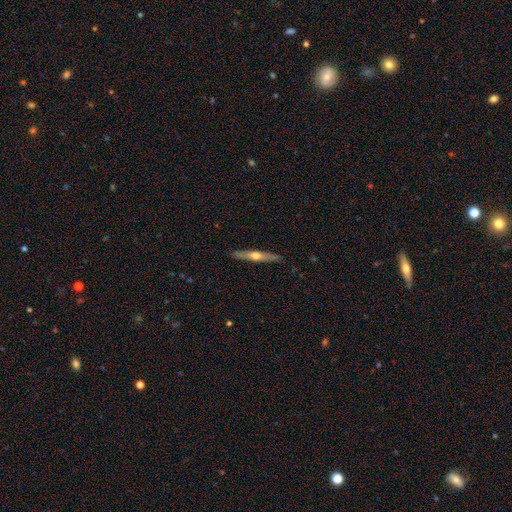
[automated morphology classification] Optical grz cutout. It shows a featured or disk galaxy (64%) viewed edge-on (95%) with a rounded central bulge (88%). Merging: none (90%).